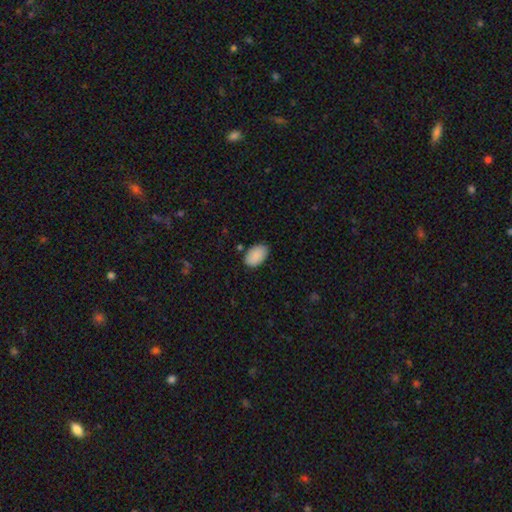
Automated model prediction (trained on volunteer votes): Overall: smooth (89%). How rounded: in between (93%). Merging: none (80%).